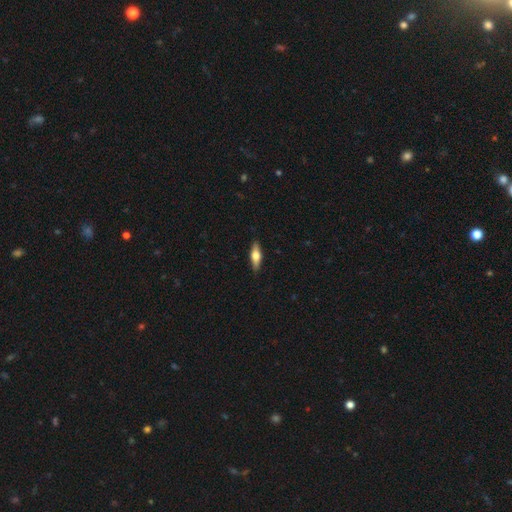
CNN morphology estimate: Smooth or featured? Predicted: smooth (p=0.54). How rounded? Predicted: in between (p=0.52). Merging? Predicted: none (p=0.88).